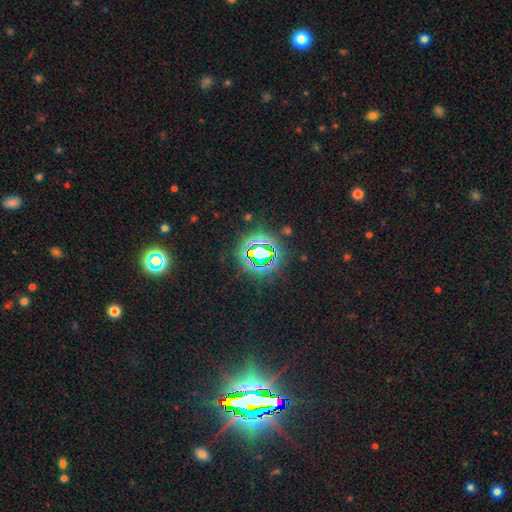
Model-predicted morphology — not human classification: This is clearly a star or artifact rather than a galaxy (82%).